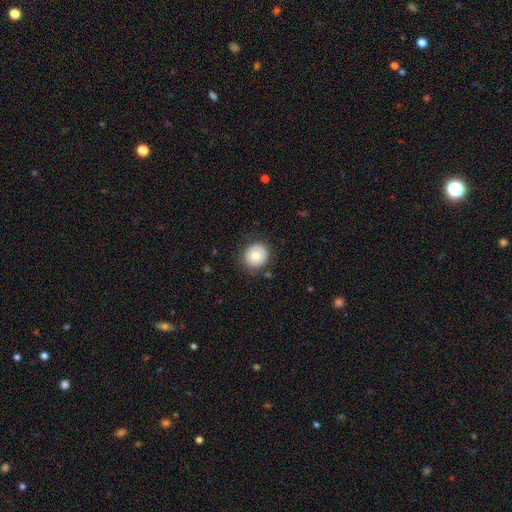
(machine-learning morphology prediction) smooth-or-featured: smooth: 71% | featured or disk: 21% | star or artifact: 8%
  how-rounded: round: 90% | in between: 9% | cigar-shaped: 1%
  merging: none: 84% | minor disturbance: 11% | major disturbance: 4% | merger: 1%